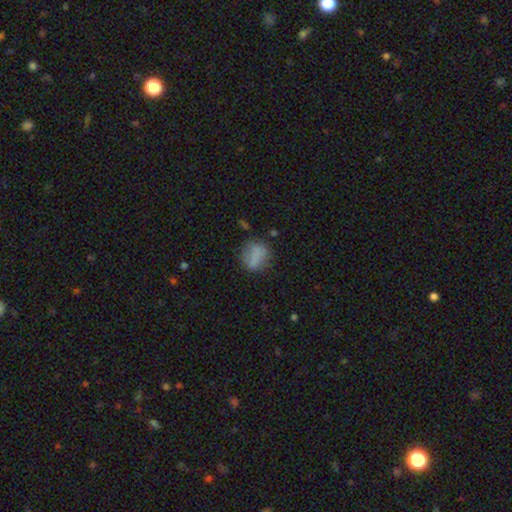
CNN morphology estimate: Q: Smooth or featured?
A: smooth (73%); runner-up: featured or disk (17%)
Q: How rounded?
A: round (63%); runner-up: in between (33%)
Q: Merging?
A: none (69%); runner-up: minor disturbance (19%)